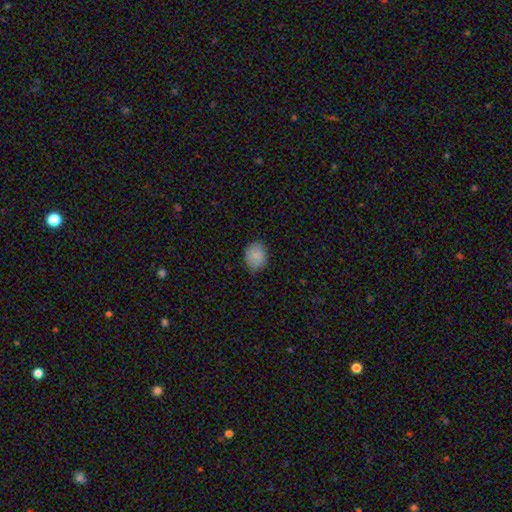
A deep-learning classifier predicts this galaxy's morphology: Smooth or featured?
  - smooth: 85% *
  - featured or disk: 8%
  - star or artifact: 8%
How rounded?
  - in between: 54% *
  - round: 45%
  - cigar-shaped: 1%
Merging?
  - none: 79% *
  - minor disturbance: 18%
  - major disturbance: 3%
  - merger: 1%